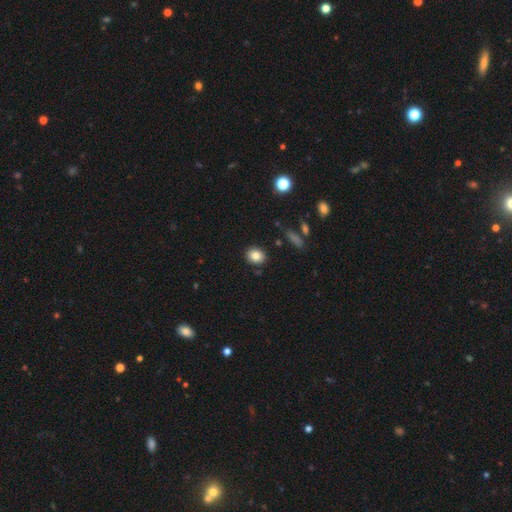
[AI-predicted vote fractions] smooth-or-featured: smooth: 82% | star or artifact: 10% | featured or disk: 8%
  how-rounded: round: 63% | in between: 36% | cigar-shaped: 1%
  merging: none: 87% | minor disturbance: 8% | merger: 3% | major disturbance: 2%